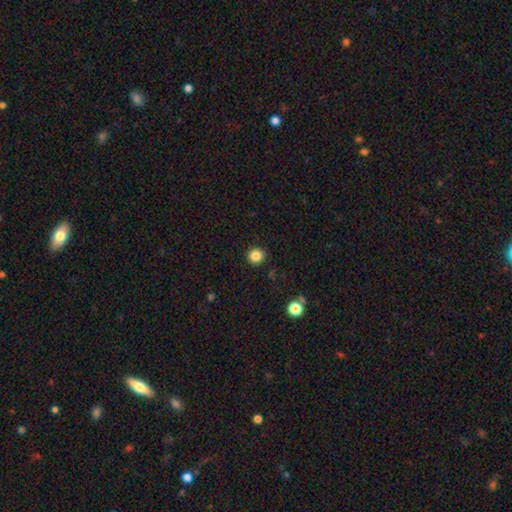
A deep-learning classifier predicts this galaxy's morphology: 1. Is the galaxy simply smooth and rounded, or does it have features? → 85% smooth, 12% star or artifact, 4% featured or disk.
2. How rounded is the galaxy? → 95% round, 4% in between, 1% cigar-shaped.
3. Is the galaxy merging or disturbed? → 92% none, 5% minor disturbance, 2% major disturbance, 1% merger.